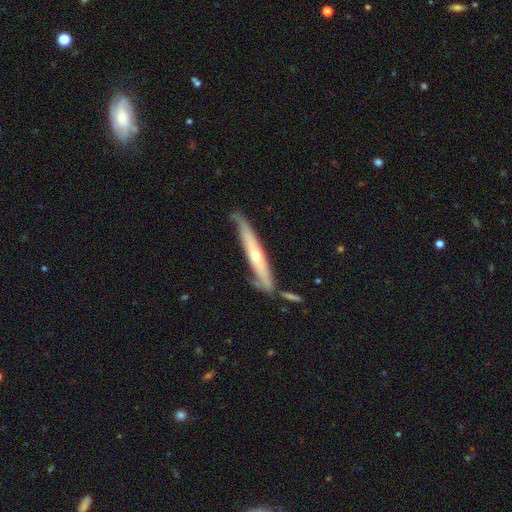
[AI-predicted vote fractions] Q: Smooth or featured?
A: featured or disk (62%); runner-up: smooth (33%)
Q: Edge-on disk?
A: yes (80%); runner-up: no (20%)
Q: Merging?
A: none (58%); runner-up: minor disturbance (25%)